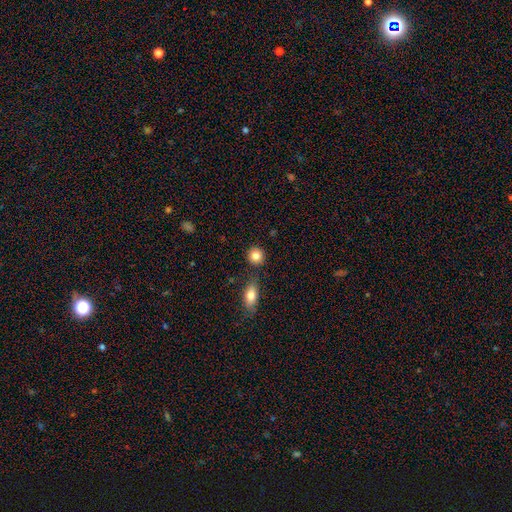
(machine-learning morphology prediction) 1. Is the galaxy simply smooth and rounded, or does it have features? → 84% smooth, 9% star or artifact, 7% featured or disk.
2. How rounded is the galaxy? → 88% round, 10% in between, 1% cigar-shaped.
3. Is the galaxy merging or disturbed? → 83% none, 8% minor disturbance, 7% merger, 2% major disturbance.